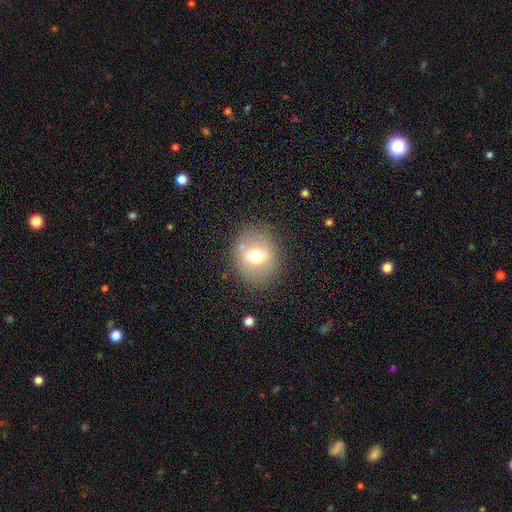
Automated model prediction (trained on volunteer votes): Overall: smooth (61%; featured or disk 28%). How rounded: round (72%). Merging: none (80%).